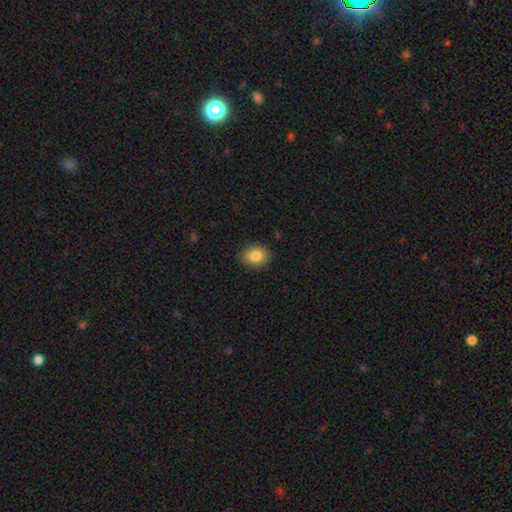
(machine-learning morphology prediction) smooth-or-featured: smooth: 85% | star or artifact: 8% | featured or disk: 7%
  how-rounded: in between: 52% | round: 47% | cigar-shaped: 1%
  merging: none: 86% | minor disturbance: 11% | major disturbance: 2% | merger: 1%